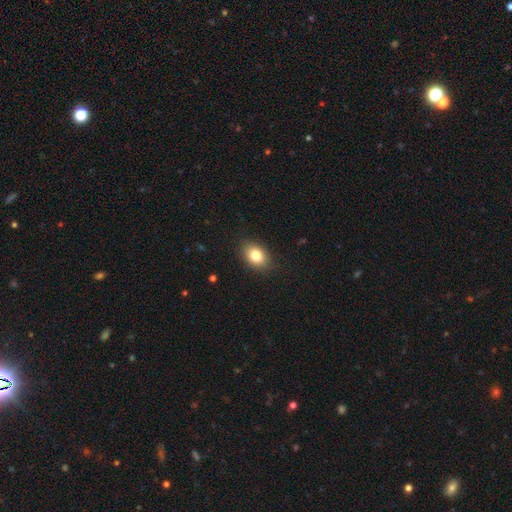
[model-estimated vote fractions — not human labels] The model was most divided on "how rounded": in between: 74%, round: 25%, cigar-shaped: 1%. More confident: merging — none (86%); smooth or featured — smooth (81%).